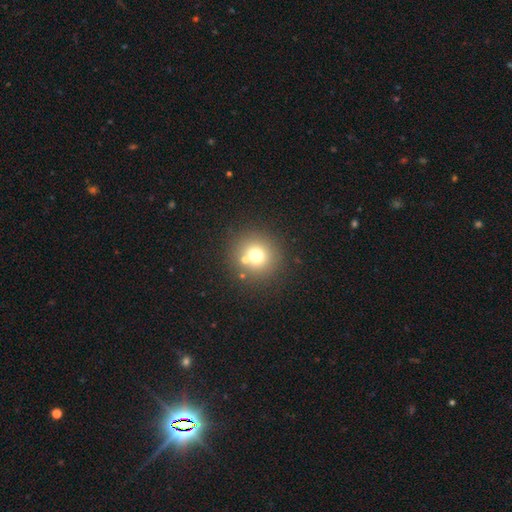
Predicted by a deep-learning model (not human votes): A smooth galaxy with no disk features (70%) that is round (93%).

Vote fractions:
- Smooth or featured? smooth: 70% / star or artifact: 17% / featured or disk: 13%
- How rounded? round: 93% / in between: 6% / cigar-shaped: 1%
- Merging? none: 77% / merger: 12% / minor disturbance: 7% / major disturbance: 3%